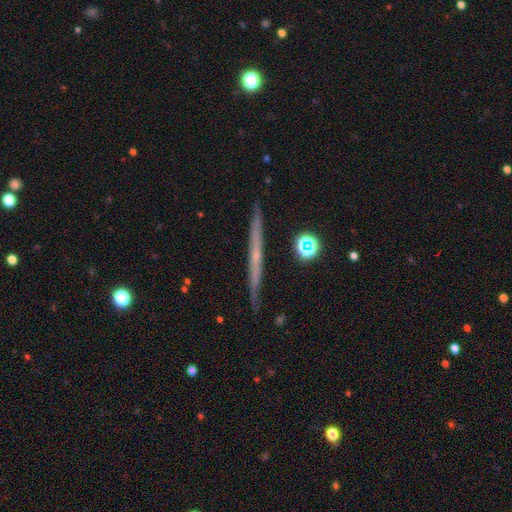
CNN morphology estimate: The model was most divided on "smooth or featured": featured or disk: 66%, smooth: 27%, star or artifact: 7%. More confident: edge-on disk — yes (98%); merging — none (91%); edge-on bulge — none (71%).